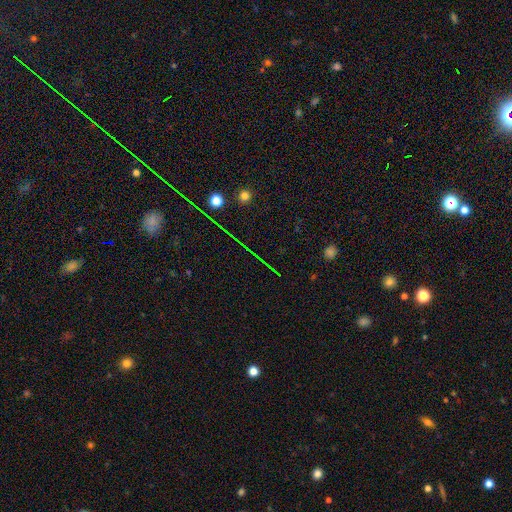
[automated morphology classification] type=star or artifact (72%).